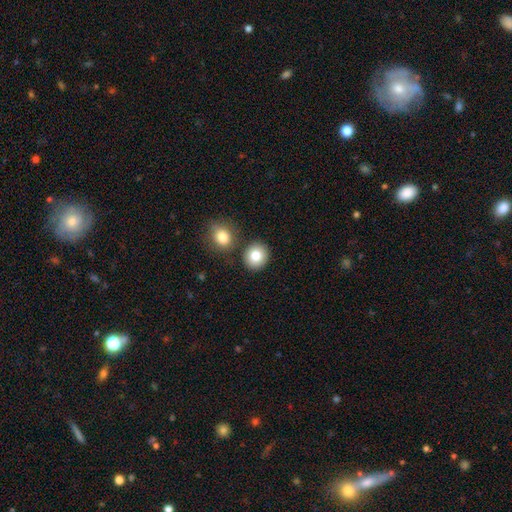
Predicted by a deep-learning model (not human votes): Smooth or featured? smooth (83%)
How rounded? round (82%)
Merging? none (78%)